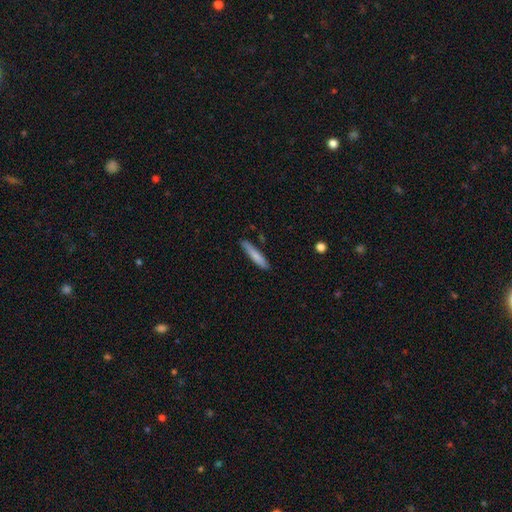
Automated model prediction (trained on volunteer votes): smooth_or_featured: smooth (p=0.79) [alt: featured or disk p=0.15]
how_rounded: cigar-shaped (p=0.90) [alt: in between p=0.08]
merging: none (p=0.84) [alt: minor disturbance p=0.12]